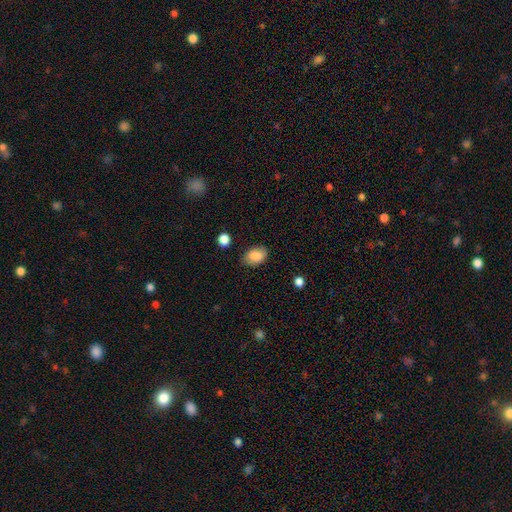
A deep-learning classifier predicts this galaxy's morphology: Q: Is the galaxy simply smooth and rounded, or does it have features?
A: smooth — 86%.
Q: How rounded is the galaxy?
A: in between — 86%.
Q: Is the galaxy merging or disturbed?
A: none — 81%.